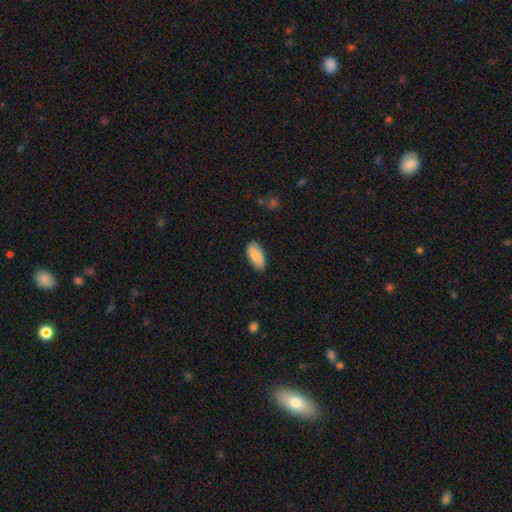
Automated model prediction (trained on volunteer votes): smooth_or_featured: smooth (p=0.82) [alt: featured or disk p=0.12]
how_rounded: in between (p=0.91) [alt: cigar-shaped p=0.07]
merging: none (p=0.85) [alt: minor disturbance p=0.12]